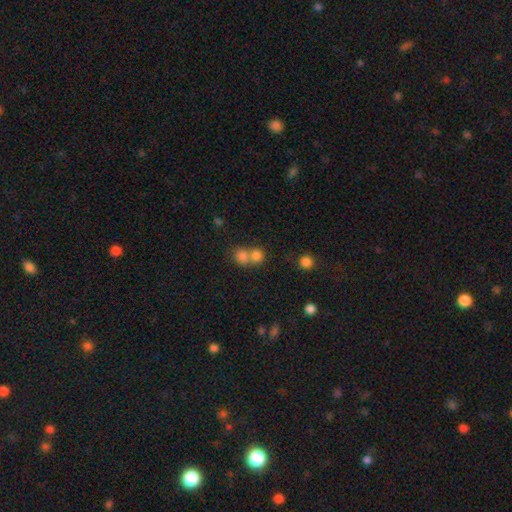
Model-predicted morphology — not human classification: A smooth galaxy with no disk features (79%) that is round (83%). Merging: merger (52%).